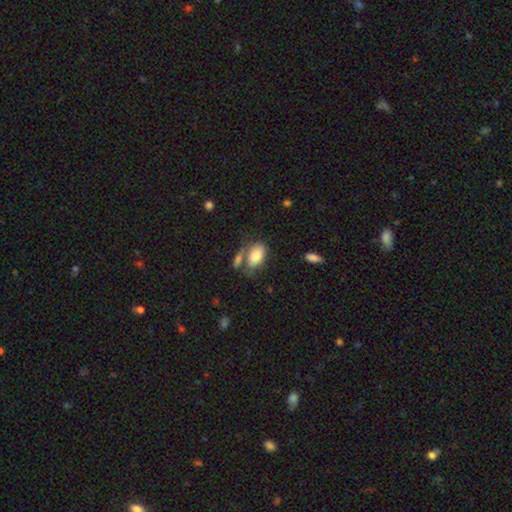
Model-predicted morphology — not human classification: smooth-or-featured: smooth: 80% | featured or disk: 13% | star or artifact: 7%
  how-rounded: in between: 92% | round: 6% | cigar-shaped: 2%
  merging: none: 48% | merger: 25% | minor disturbance: 18% | major disturbance: 8%